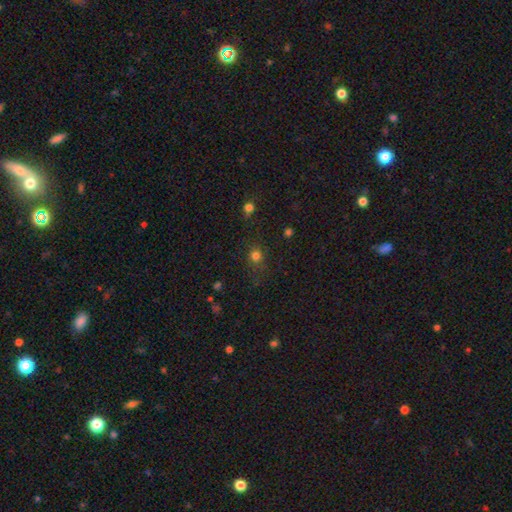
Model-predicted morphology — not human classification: Smooth or featured? Predicted: smooth (p=0.74). How rounded? Predicted: round (p=0.86). Merging? Predicted: none (p=0.77).